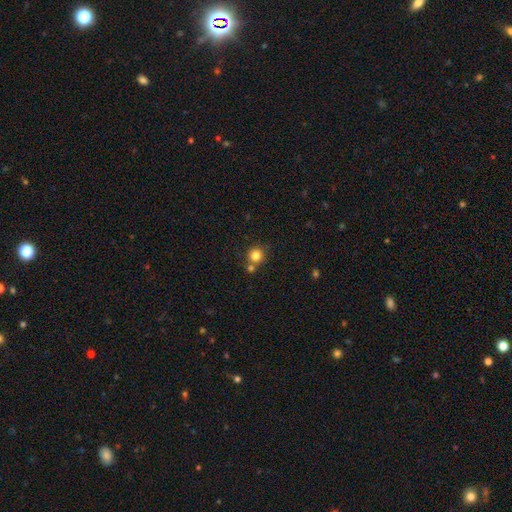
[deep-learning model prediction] Overall: smooth (82%). How rounded: round (91%). Merging: none (66%).